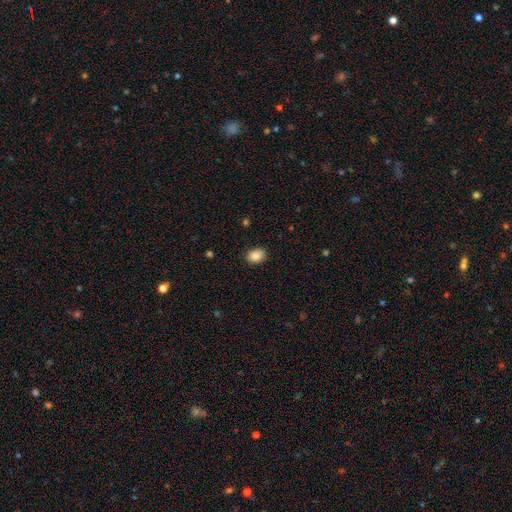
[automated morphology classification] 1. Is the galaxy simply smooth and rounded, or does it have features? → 88% smooth, 8% star or artifact, 4% featured or disk.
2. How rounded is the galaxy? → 76% in between, 23% round, 1% cigar-shaped.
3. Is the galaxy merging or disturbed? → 86% none, 10% minor disturbance, 2% major disturbance, 1% merger.